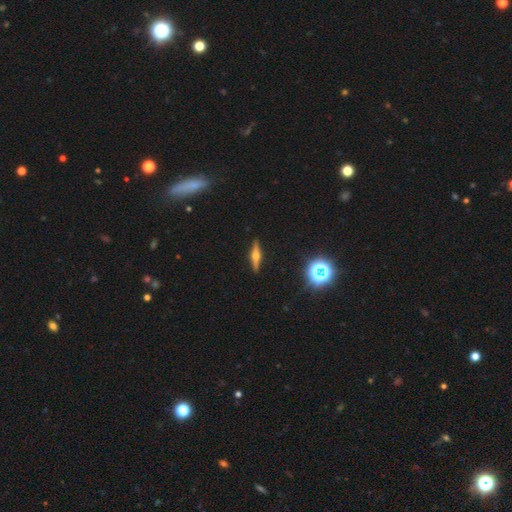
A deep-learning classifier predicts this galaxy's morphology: Smooth or featured? Predicted: featured or disk (p=0.71). Edge-on disk? Predicted: yes (p=0.97). Edge-on bulge? Predicted: rounded (p=0.92). Merging? Predicted: none (p=0.91).